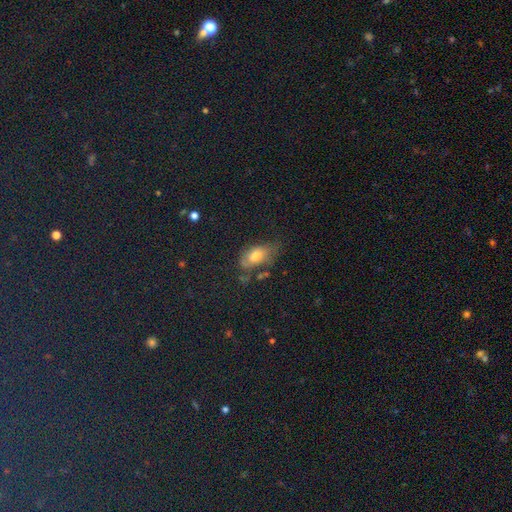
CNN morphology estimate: A smooth galaxy with no disk features (66%) that is in between round and cigar-shaped (87%).

Vote fractions:
- Smooth or featured? smooth: 66% / featured or disk: 19% / star or artifact: 15%
- How rounded? in between: 87% / round: 8% / cigar-shaped: 5%
- Merging? none: 45% / minor disturbance: 32% / major disturbance: 18% / merger: 6%